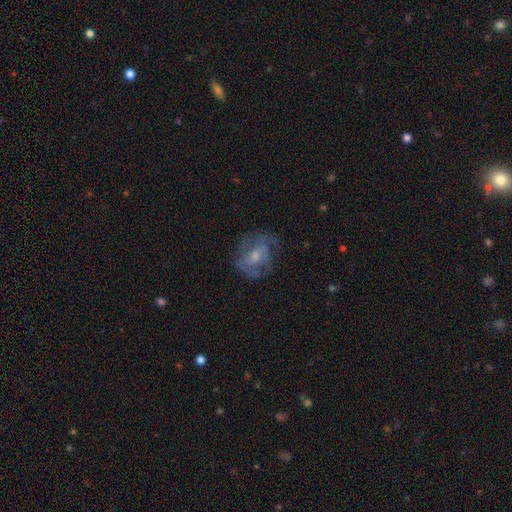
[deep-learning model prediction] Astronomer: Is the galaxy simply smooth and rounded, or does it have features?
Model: featured or disk — 61%.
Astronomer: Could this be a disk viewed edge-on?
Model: no — 96%.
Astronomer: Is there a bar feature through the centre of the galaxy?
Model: no — 58% (runner-up: weak, 35%).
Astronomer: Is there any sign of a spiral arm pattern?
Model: yes — 64%.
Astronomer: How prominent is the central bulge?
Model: small — 48% (runner-up: moderate, 41%).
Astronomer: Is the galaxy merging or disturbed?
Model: none — 57%.